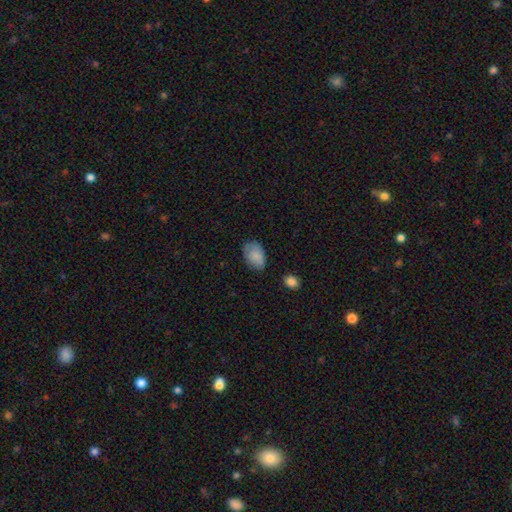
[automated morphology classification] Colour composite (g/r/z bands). It shows a smooth galaxy with no disk features (84%) that is in between round and cigar-shaped (87%). Merging: none (69%).